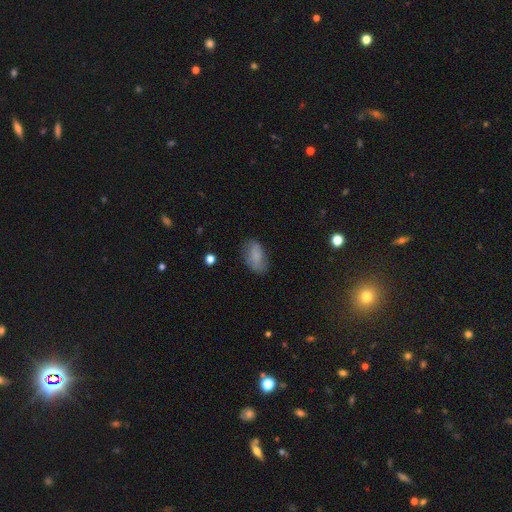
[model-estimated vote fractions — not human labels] Smooth or featured: smooth — 79% (featured or disk — 13%)
How rounded: in between — 92% (round — 5%)
Merging: none — 69% (minor disturbance — 22%)